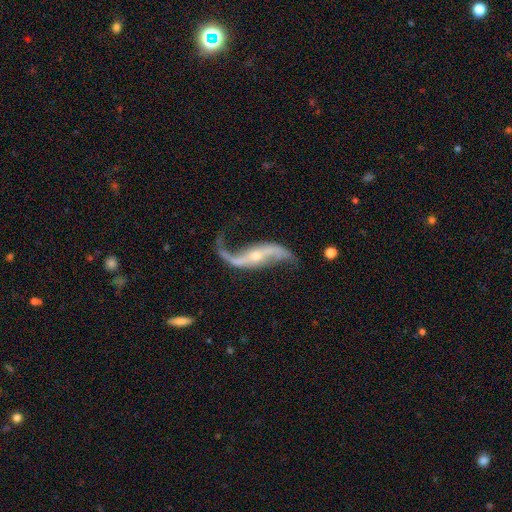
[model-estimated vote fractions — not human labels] smooth_or_featured: featured or disk (p=0.92) [alt: star or artifact p=0.05]
disk_edge_on: no (p=0.92) [alt: yes p=0.08]
bar: strong (p=0.39) [alt: no p=0.34]
has_spiral_arms: yes (p=0.96) [alt: no p=0.04]
spiral_winding: loose (p=0.92) [alt: medium p=0.05]
spiral_arm_count: 2 (p=0.93) [alt: 1 p=0.03]
bulge_size: small (p=0.66) [alt: moderate p=0.30]
merging: none (p=0.67) [alt: minor disturbance p=0.17]